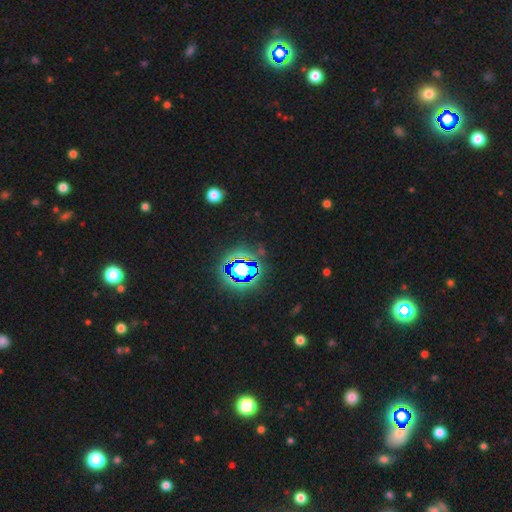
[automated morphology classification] smooth_or_featured: star or artifact (p=0.82) [alt: smooth p=0.12]